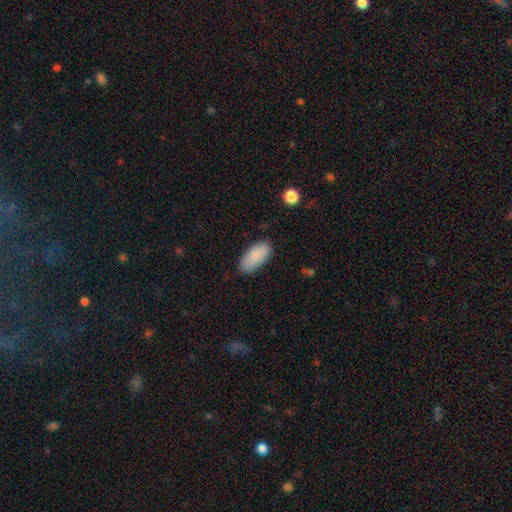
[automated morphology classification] Smooth or featured?
  - smooth: 88% *
  - star or artifact: 6%
  - featured or disk: 6%
How rounded?
  - in between: 91% *
  - cigar-shaped: 7%
  - round: 2%
Merging?
  - none: 83% *
  - minor disturbance: 13%
  - major disturbance: 3%
  - merger: 1%